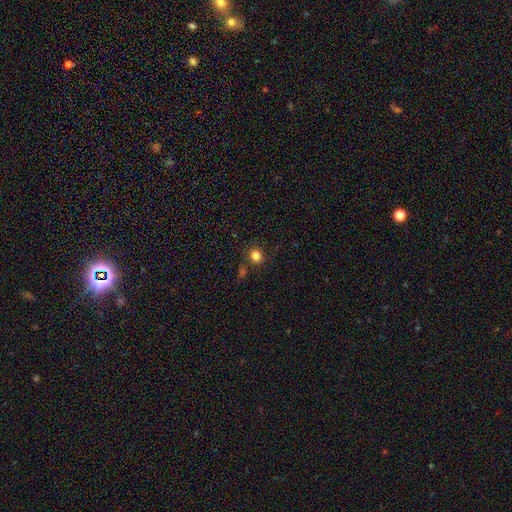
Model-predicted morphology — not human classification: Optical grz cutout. It shows a smooth galaxy with no disk features (82%) that is round (78%). Merging: none (76%).